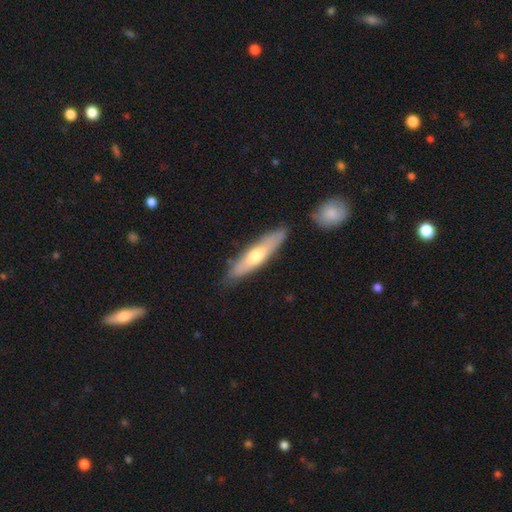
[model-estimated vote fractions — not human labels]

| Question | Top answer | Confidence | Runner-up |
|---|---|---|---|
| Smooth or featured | smooth | 53% | featured or disk (42%) |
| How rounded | cigar-shaped | 81% | in between (18%) |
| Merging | none | 80% | minor disturbance (13%) |